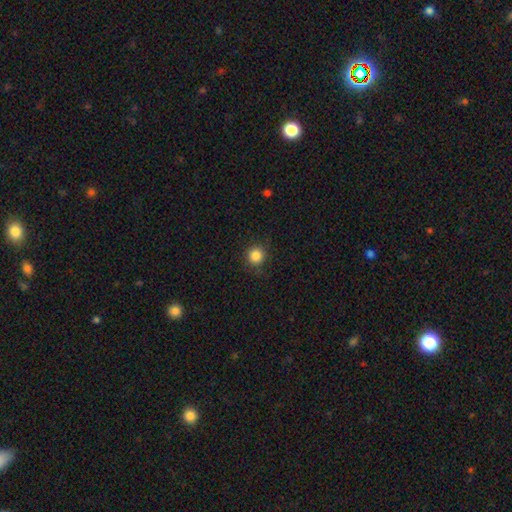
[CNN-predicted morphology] smooth-or-featured: smooth: 85% | star or artifact: 11% | featured or disk: 4%
  how-rounded: round: 93% | in between: 6% | cigar-shaped: 1%
  merging: none: 87% | minor disturbance: 9% | major disturbance: 3% | merger: 1%